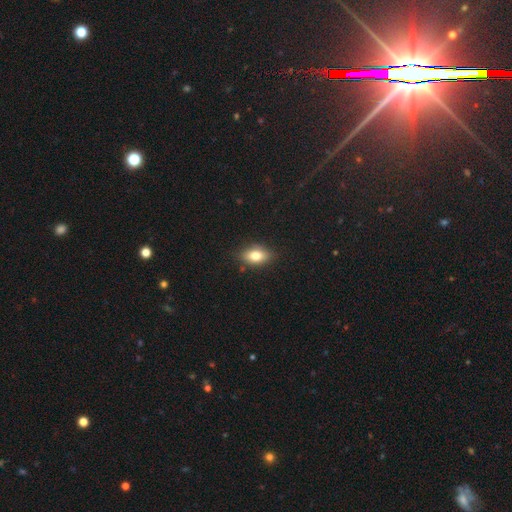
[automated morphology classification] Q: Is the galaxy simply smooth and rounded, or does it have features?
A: smooth — 77%.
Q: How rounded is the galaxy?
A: in between — 83%.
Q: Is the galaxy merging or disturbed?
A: none — 81%.